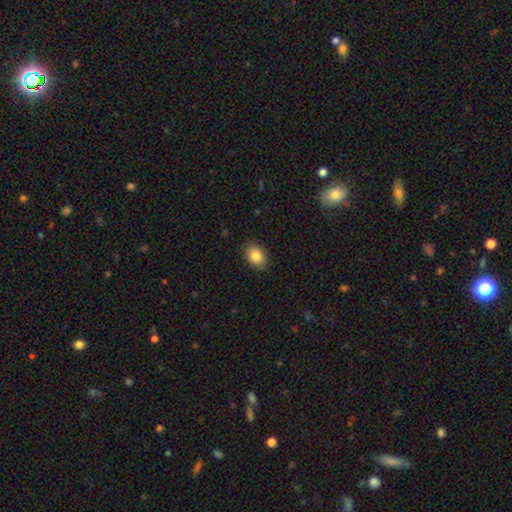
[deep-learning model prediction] Smooth or featured? smooth (86%)
How rounded? in between (76%)
Merging? none (86%)